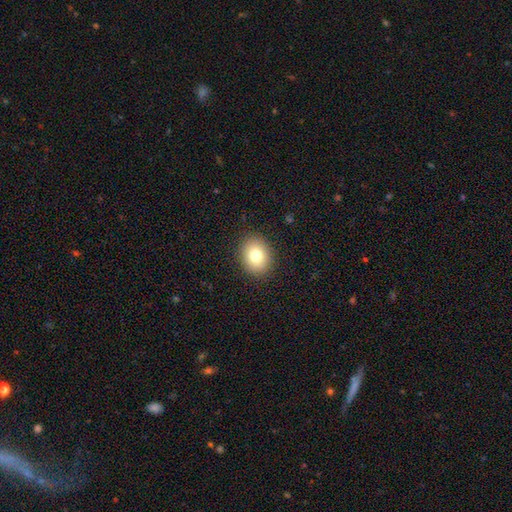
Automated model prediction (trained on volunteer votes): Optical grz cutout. It shows a smooth galaxy with no disk features (79%) that is round (52%). Merging: none (90%).